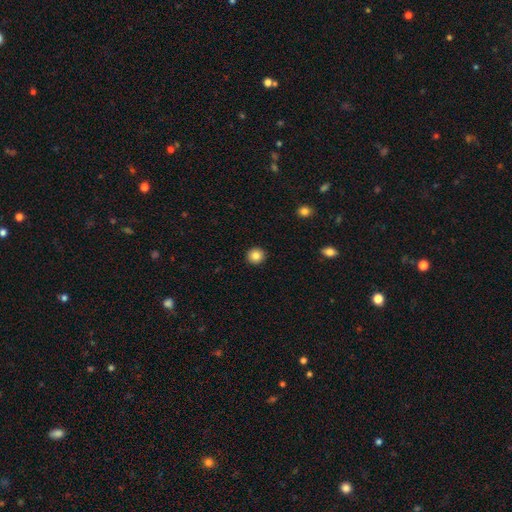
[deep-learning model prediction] Morphology: type=smooth (85%); roundness=round (93%); merging=none (93%).